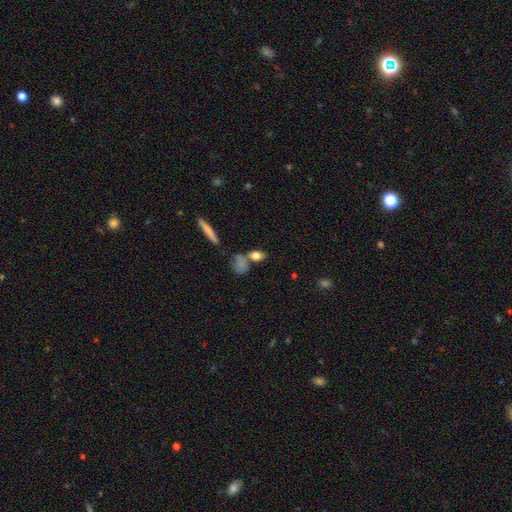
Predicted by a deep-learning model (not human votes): The model was most divided on "merging": none: 50%, merger: 30%, minor disturbance: 14%, major disturbance: 7%. More confident: smooth or featured — smooth (76%); how rounded — in between (66%).